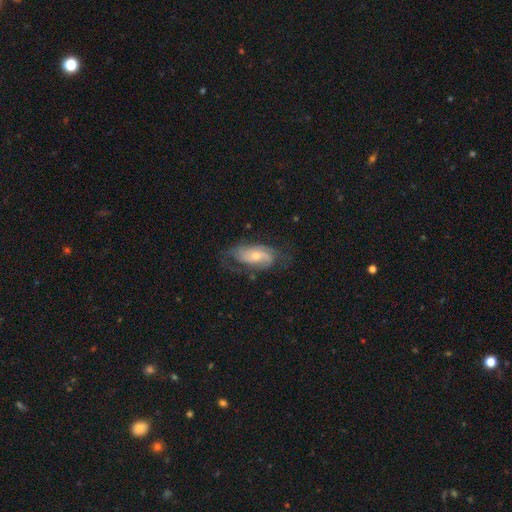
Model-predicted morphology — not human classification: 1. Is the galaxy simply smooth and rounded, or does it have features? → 66% featured or disk, 28% smooth, 7% star or artifact.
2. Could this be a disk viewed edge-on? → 93% no, 7% yes.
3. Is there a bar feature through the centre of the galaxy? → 65% no, 29% weak, 6% strong.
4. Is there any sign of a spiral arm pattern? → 85% yes, 15% no.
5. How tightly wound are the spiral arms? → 42% medium, 32% tight, 26% loose.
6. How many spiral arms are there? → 50% 2, 27% can't tell, 9% 1, 9% 3, 2% 4, 2% more than 4.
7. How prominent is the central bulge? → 48% small, 46% moderate, 3% large, 2% none, 1% dominant.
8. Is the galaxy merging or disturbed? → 54% none, 26% minor disturbance, 18% major disturbance, 2% merger.